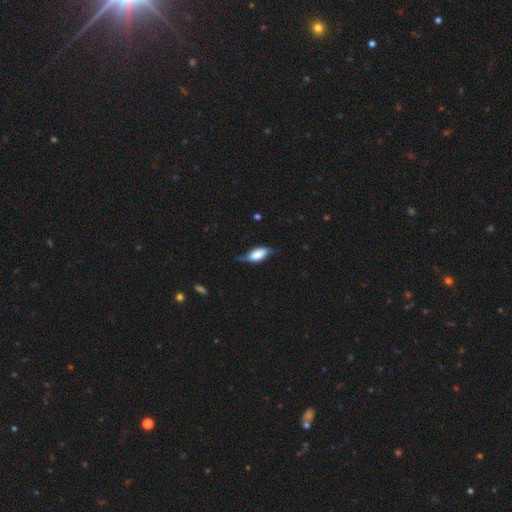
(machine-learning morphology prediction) Smooth or featured?
  - smooth: 62% *
  - featured or disk: 31%
  - star or artifact: 7%
How rounded?
  - in between: 84% *
  - cigar-shaped: 13%
  - round: 3%
Merging?
  - none: 50% *
  - minor disturbance: 35%
  - major disturbance: 13%
  - merger: 2%